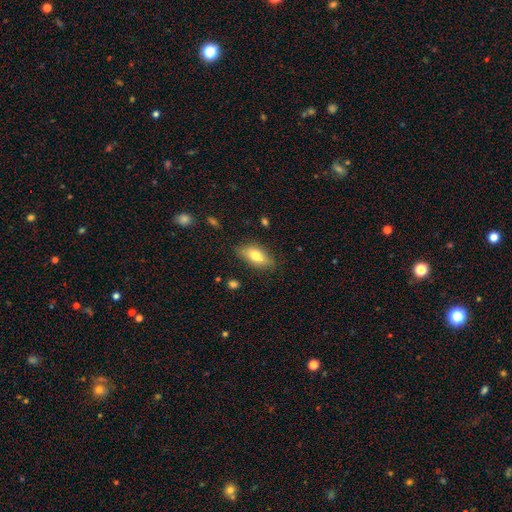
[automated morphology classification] Smooth or featured?
  - smooth: 73% *
  - featured or disk: 20%
  - star or artifact: 7%
How rounded?
  - in between: 84% *
  - cigar-shaped: 12%
  - round: 4%
Merging?
  - none: 80% *
  - minor disturbance: 15%
  - major disturbance: 3%
  - merger: 1%